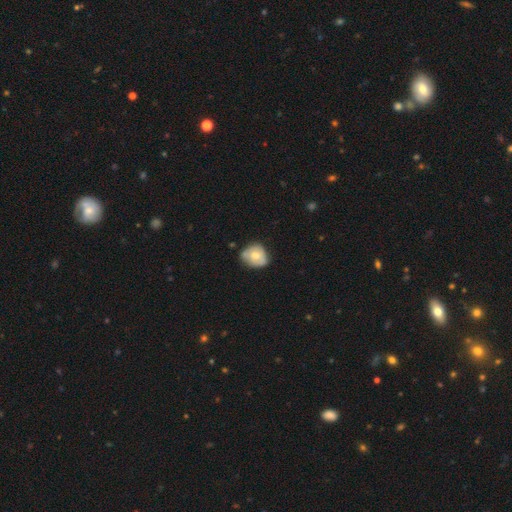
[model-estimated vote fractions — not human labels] smooth 62%, featured or disk 31%, star or artifact 8%. Down the decision tree: how rounded — round (65%); merging — none (52%).